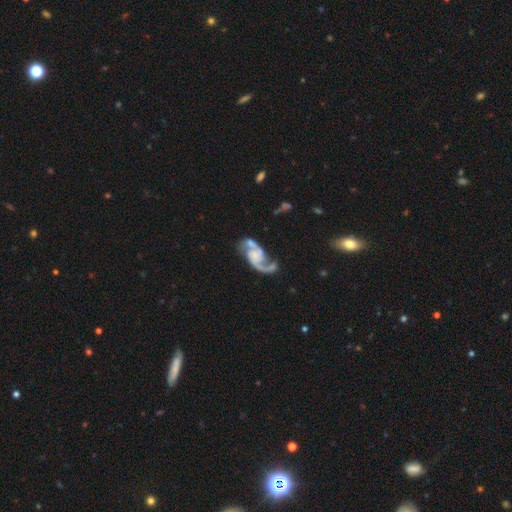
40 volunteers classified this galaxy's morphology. Smooth or featured: featured or disk — 88% (smooth — 12%)
Edge-on disk: no — 100%
Bar: no — 74% (weak — 14%)
Spiral arms: yes — 100%
Spiral winding: loose — 49% (medium — 43%)
Spiral arm count: 2 — 80% (1 — 17%)
Bulge size: small — 54% (none — 29%)
Merging: none — 35% (major disturbance — 30%)